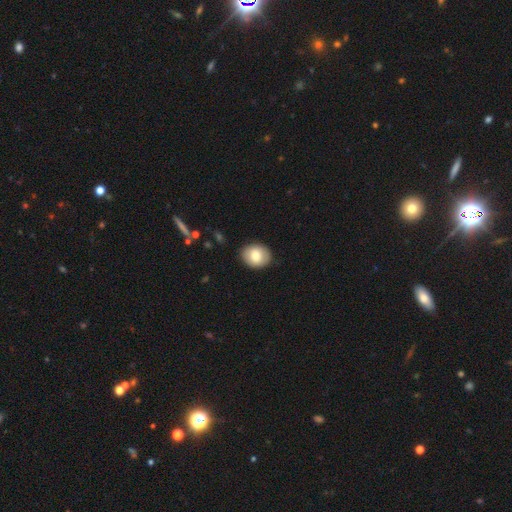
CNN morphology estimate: This is likely a smooth galaxy (79%). How rounded: possibly in between (50%). Merging: clearly none (87%).